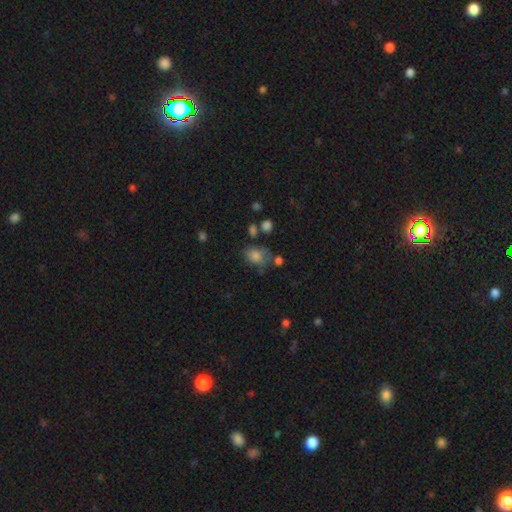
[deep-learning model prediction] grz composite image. It shows a smooth galaxy with no disk features (76%) that is in between round and cigar-shaped (66%). Merging: none (54%).